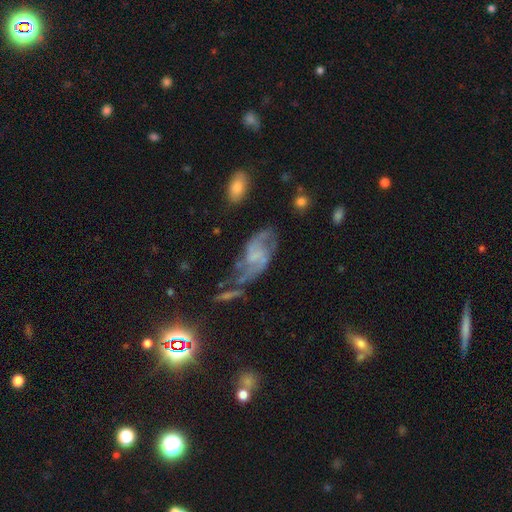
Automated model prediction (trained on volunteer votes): A featured or disk galaxy (75%) with no bar (47%), 2 (81%) loose (49%) spiral arms (87%) and no central bulge (53%). Merging: none (44%).